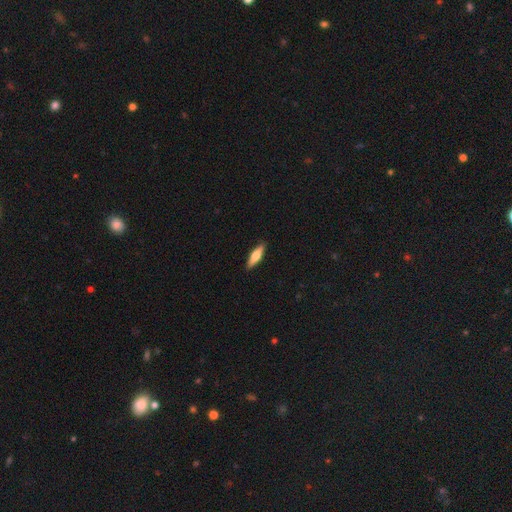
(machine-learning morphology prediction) A smooth galaxy with no disk features (57%) that is cigar-shaped (62%).

Vote fractions:
- Smooth or featured? smooth: 57% / featured or disk: 37% / star or artifact: 6%
- How rounded? cigar-shaped: 62% / in between: 36% / round: 2%
- Merging? none: 89% / minor disturbance: 8% / major disturbance: 2% / merger: 1%